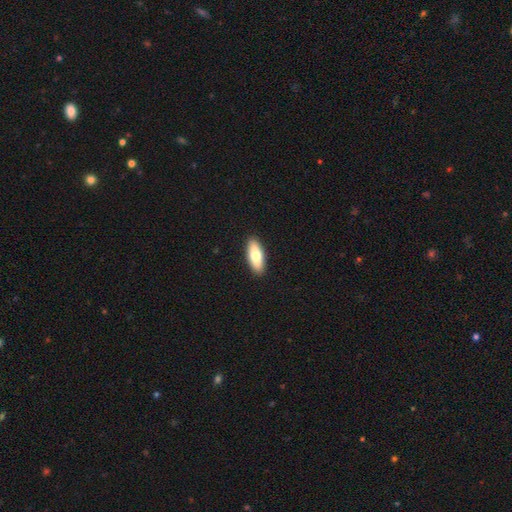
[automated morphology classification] A smooth galaxy with no disk features (73%) that is in between round and cigar-shaped (72%). Merging: none (91%).